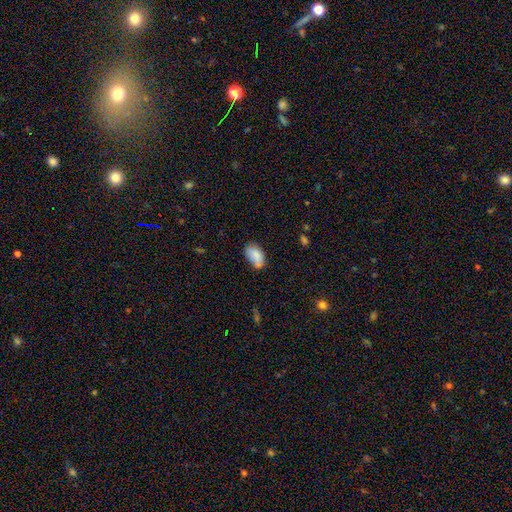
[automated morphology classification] smooth_or_featured: smooth (p=0.83) [alt: featured or disk p=0.09]
how_rounded: in between (p=0.92) [alt: round p=0.06]
merging: none (p=0.54) [alt: minor disturbance p=0.27]